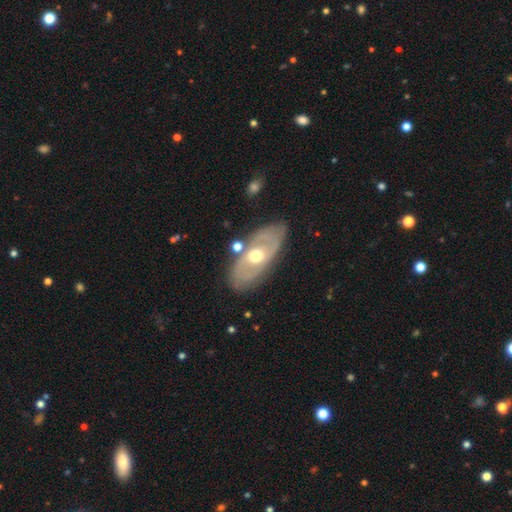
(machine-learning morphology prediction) The model was most divided on "spiral arms": no: 52%, yes: 48%. More confident: edge-on disk — no (87%); merging — none (77%); bulge size — moderate (75%); bar — no (74%); smooth or featured — featured or disk (71%).